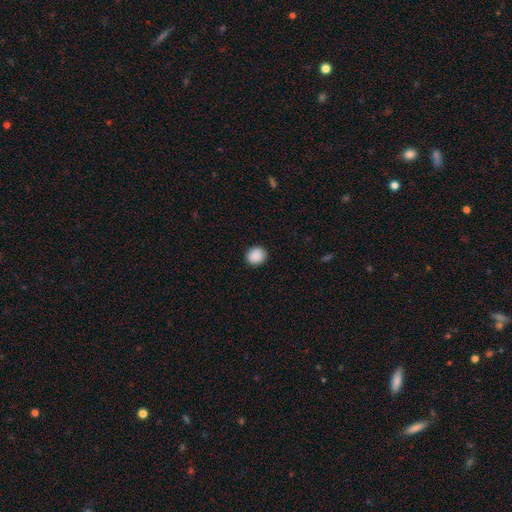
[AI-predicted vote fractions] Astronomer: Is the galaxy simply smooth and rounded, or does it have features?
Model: smooth — 90%.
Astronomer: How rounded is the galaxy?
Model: round — 86%.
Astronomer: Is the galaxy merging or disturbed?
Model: none — 91%.